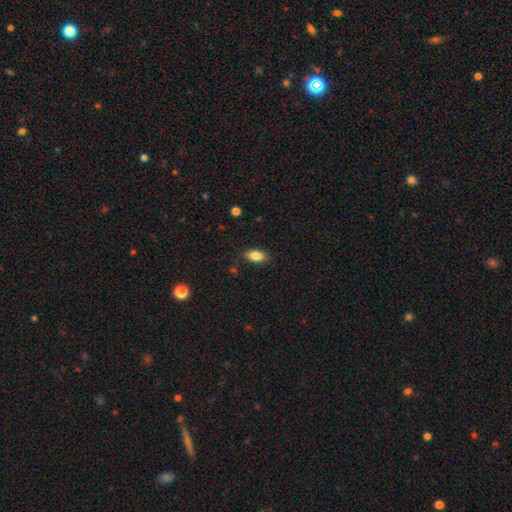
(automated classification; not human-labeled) Overall: smooth (83%). How rounded: in between (90%). Merging: none (82%).